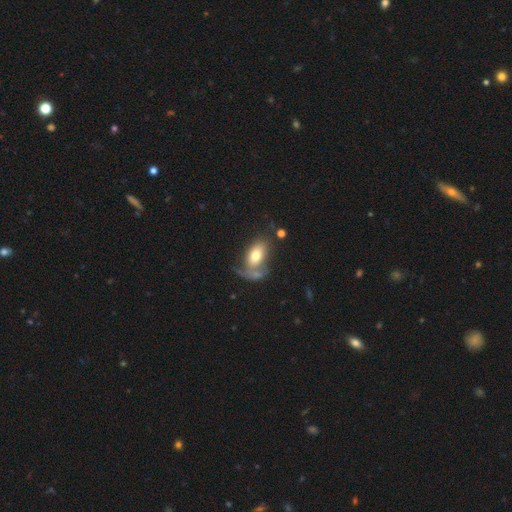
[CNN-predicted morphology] type=smooth (68%); roundness=in between (88%); merging=none (35%).